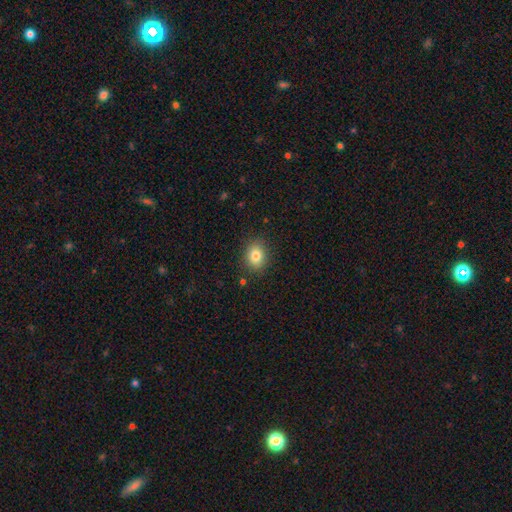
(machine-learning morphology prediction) Smooth or featured?
  - smooth: 82% *
  - star or artifact: 10%
  - featured or disk: 8%
How rounded?
  - in between: 50% *
  - round: 49%
  - cigar-shaped: 1%
Merging?
  - none: 87% *
  - minor disturbance: 9%
  - major disturbance: 3%
  - merger: 1%